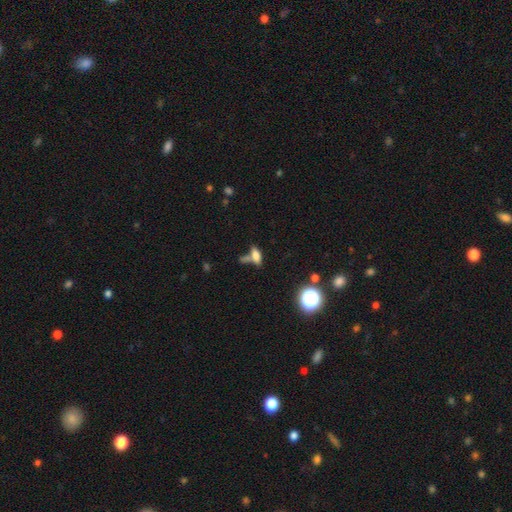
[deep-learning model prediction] This is likely a smooth galaxy (67%). How rounded: likely in between (71%). Merging: marginally none (43%).